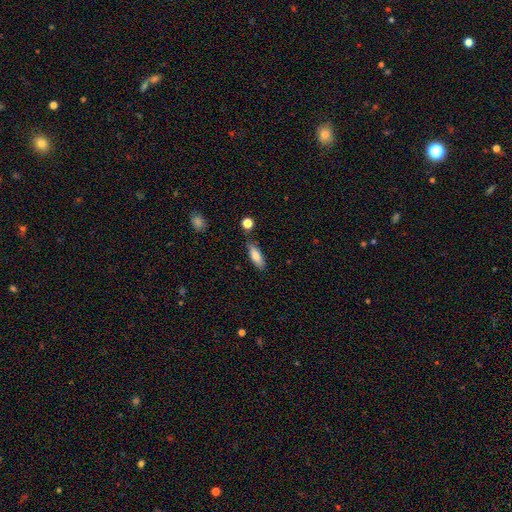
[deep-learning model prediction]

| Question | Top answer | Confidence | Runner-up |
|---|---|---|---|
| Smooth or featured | smooth | 81% | featured or disk (13%) |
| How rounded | in between | 57% | cigar-shaped (41%) |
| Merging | none | 76% | minor disturbance (16%) |